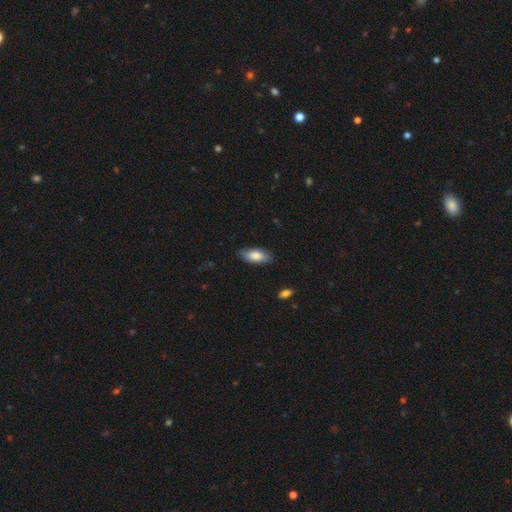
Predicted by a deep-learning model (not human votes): smooth 83%, featured or disk 11%, star or artifact 6%. Down the decision tree: how rounded — in between (89%); merging — none (82%).